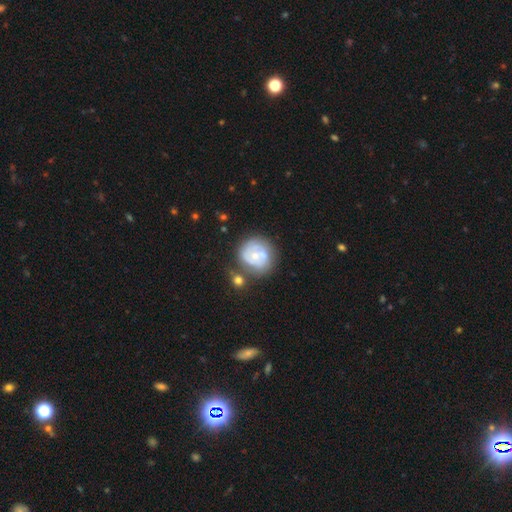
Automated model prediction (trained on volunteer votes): A featured or disk galaxy (64%) with no bar (77%), spiral arms (67%) and a small central bulge (52%). Merging: none (53%).